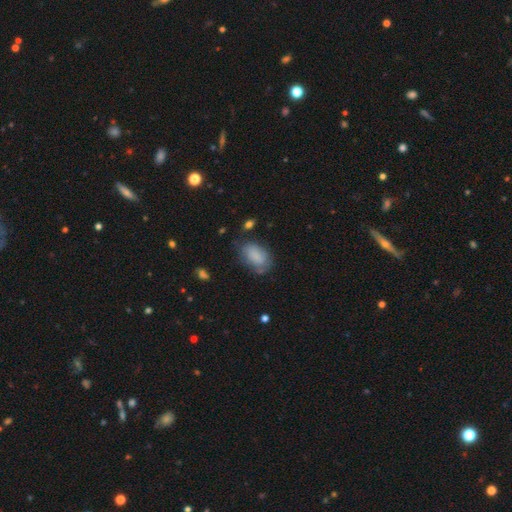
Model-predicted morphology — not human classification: Overall: smooth (80%). How rounded: in between (89%). Merging: none (57%; minor disturbance 28%).